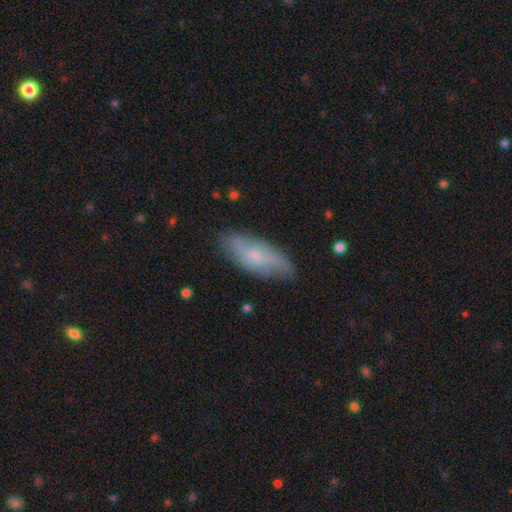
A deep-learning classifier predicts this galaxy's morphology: The model was most divided on "smooth or featured": featured or disk: 52%, smooth: 41%, star or artifact: 7%. More confident: edge-on disk — no (84%); merging — none (73%).